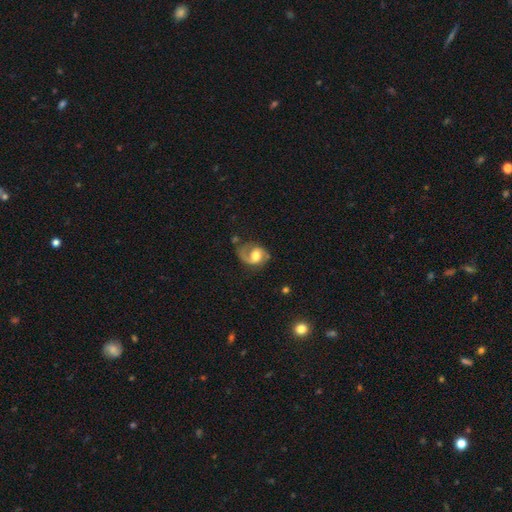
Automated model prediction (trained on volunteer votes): A featured or disk galaxy (68%) with no bar (55%), 2 (61%) medium (44%) spiral arms (90%) and a moderate central bulge (54%).

Vote fractions:
- Smooth or featured? featured or disk: 68% / smooth: 24% / star or artifact: 7%
- Edge-on disk? no: 97% / yes: 3%
- Bar? no: 55% / weak: 37% / strong: 9%
- Spiral arms? yes: 90% / no: 10%
- Spiral winding? medium: 44% / loose: 36% / tight: 20%
- Spiral arm count? 2: 61% / 1: 32% / can't tell: 5% / 3: 1% / 4: 1% / more than 4: 1%
- Bulge size? moderate: 54% / large: 31% / small: 10% / dominant: 3% / none: 2%
- Merging? none: 50% / minor disturbance: 24% / major disturbance: 21% / merger: 5%